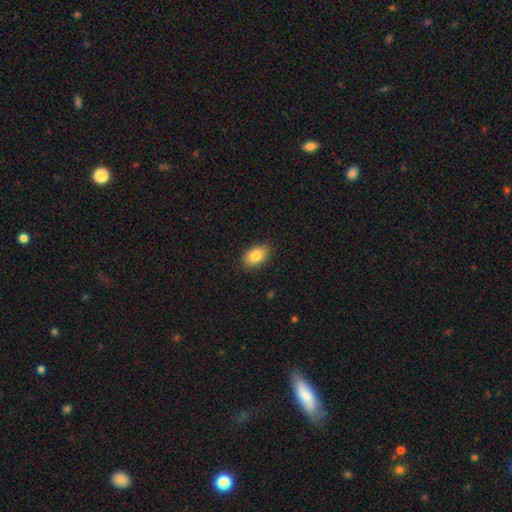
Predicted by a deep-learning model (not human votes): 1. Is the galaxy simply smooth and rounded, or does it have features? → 83% smooth, 9% featured or disk, 8% star or artifact.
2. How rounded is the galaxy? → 88% in between, 10% round, 1% cigar-shaped.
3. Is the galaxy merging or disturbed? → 87% none, 10% minor disturbance, 2% major disturbance, 1% merger.